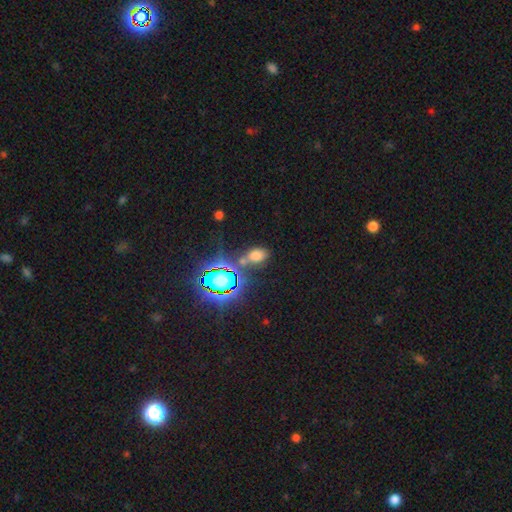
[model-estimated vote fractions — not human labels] Smooth or featured?
  - smooth: 57% *
  - star or artifact: 34%
  - featured or disk: 9%
How rounded?
  - in between: 80% *
  - round: 17%
  - cigar-shaped: 3%
Merging?
  - none: 64% *
  - minor disturbance: 15%
  - merger: 13%
  - major disturbance: 7%